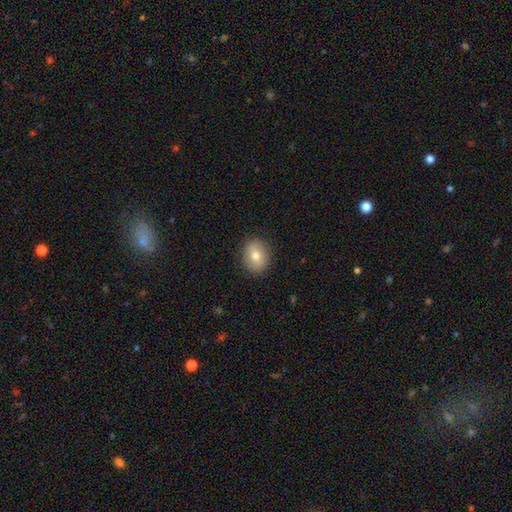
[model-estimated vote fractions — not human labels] The model was most divided on "how rounded": round: 53%, in between: 46%, cigar-shaped: 1%. More confident: merging — none (90%); smooth or featured — smooth (75%).